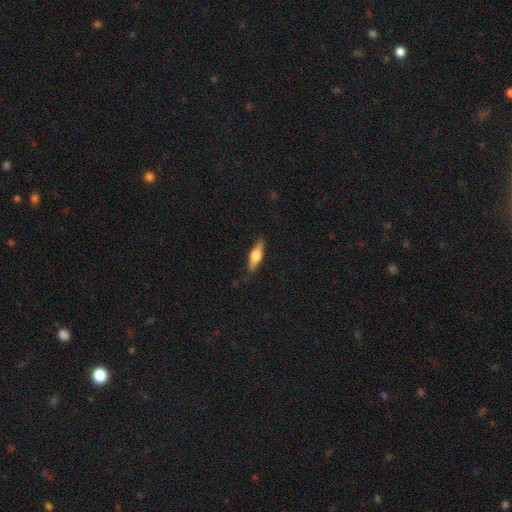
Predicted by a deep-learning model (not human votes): Q: Smooth or featured?
A: smooth (51%); runner-up: featured or disk (43%)
Q: How rounded?
A: cigar-shaped (55%); runner-up: in between (42%)
Q: Merging?
A: none (85%); runner-up: minor disturbance (12%)